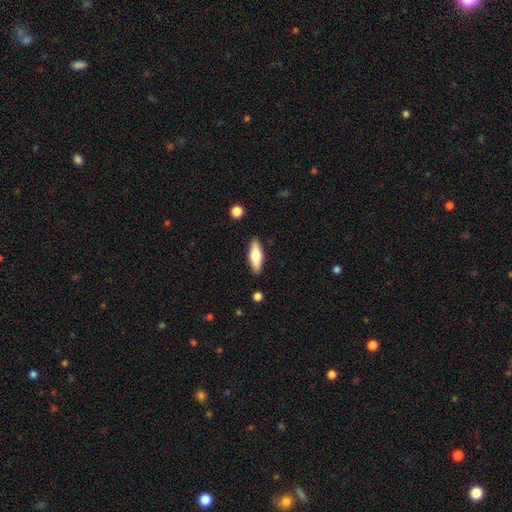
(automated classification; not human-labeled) This is likely a smooth galaxy (63%). How rounded: possibly in between (57%). Merging: clearly none (88%).